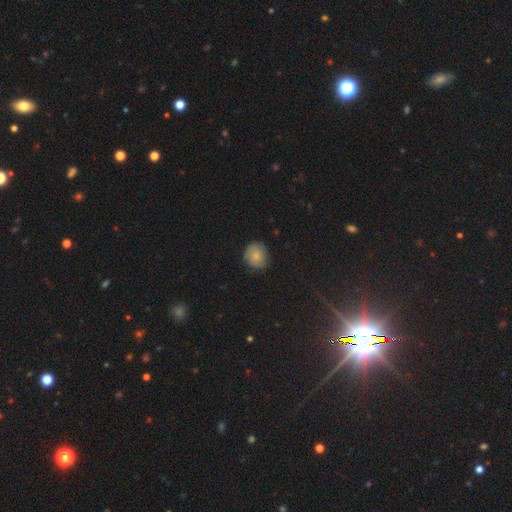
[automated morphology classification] This appears to be a smooth galaxy with no disk features (69%) that is round (82%). Merging: none (74%).